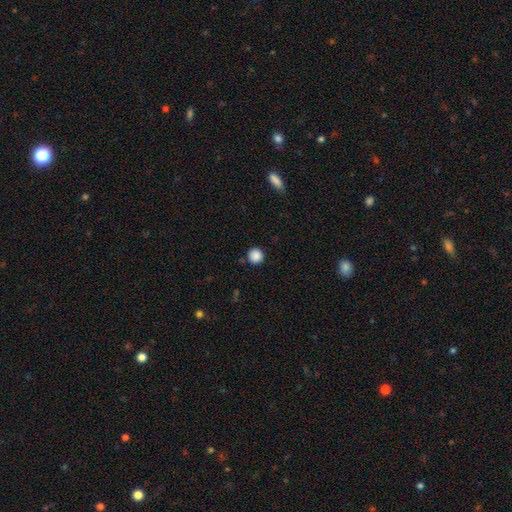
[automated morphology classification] Overall: smooth (88%). How rounded: round (95%). Merging: none (88%).